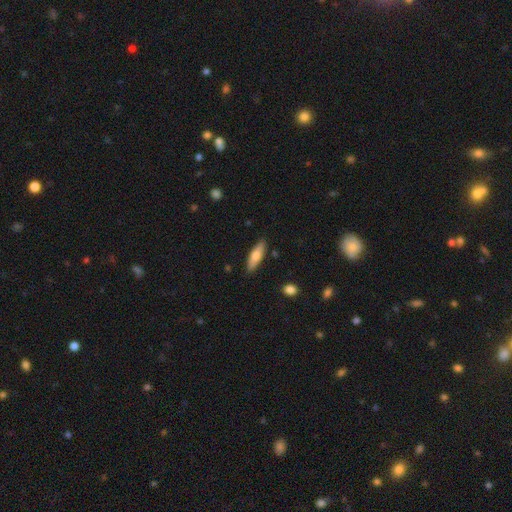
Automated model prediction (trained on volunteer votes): smooth_or_featured: smooth (p=0.67) [alt: featured or disk p=0.27]
how_rounded: cigar-shaped (p=0.59) [alt: in between p=0.39]
merging: none (p=0.87) [alt: minor disturbance p=0.10]